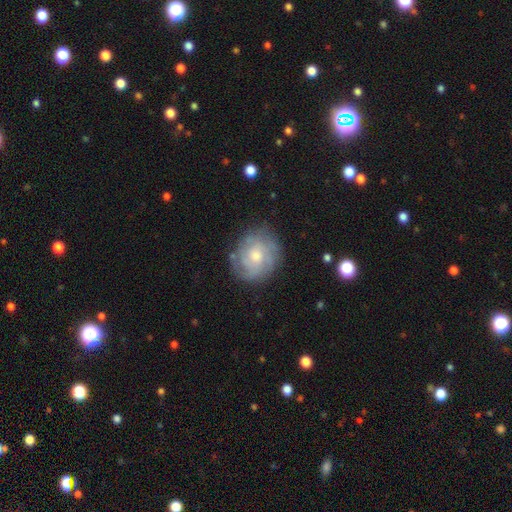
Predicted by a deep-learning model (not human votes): smooth-or-featured: featured or disk: 60% | smooth: 31% | star or artifact: 8%
  disk-edge-on: no: 97% | yes: 3%
    bar: no: 77% | weak: 20% | strong: 3%
    has-spiral-arms: yes: 78% | no: 22%
    bulge-size: moderate: 54% | small: 40% | large: 4% | none: 2% | dominant: 1%
  merging: none: 77% | minor disturbance: 16% | major disturbance: 6% | merger: 1%